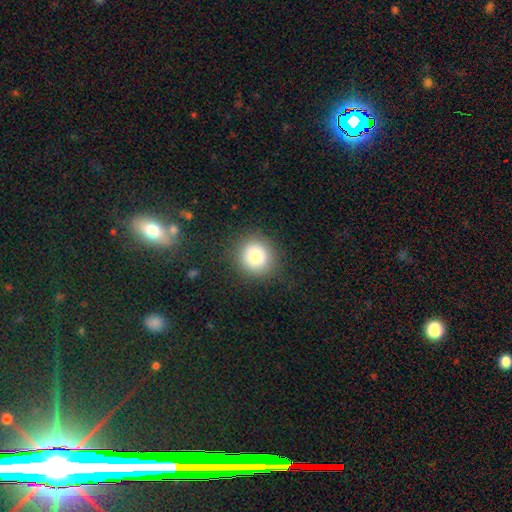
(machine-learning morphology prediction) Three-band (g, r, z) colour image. It shows a smooth galaxy with no disk features (80%) that is round (90%). Merging: none (86%).